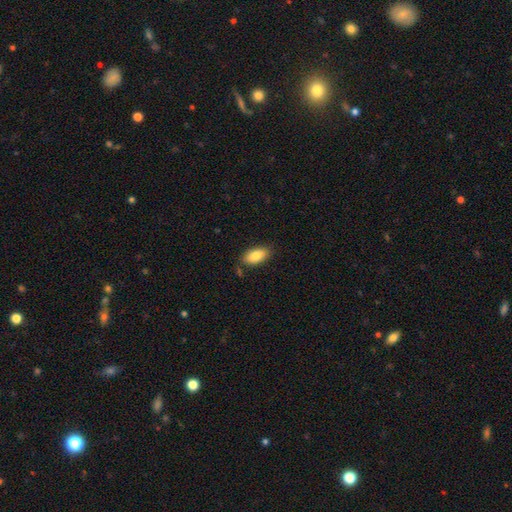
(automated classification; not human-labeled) smooth_or_featured: smooth (p=0.84) [alt: featured or disk p=0.09]
how_rounded: in between (p=0.92) [alt: cigar-shaped p=0.05]
merging: none (p=0.80) [alt: minor disturbance p=0.14]